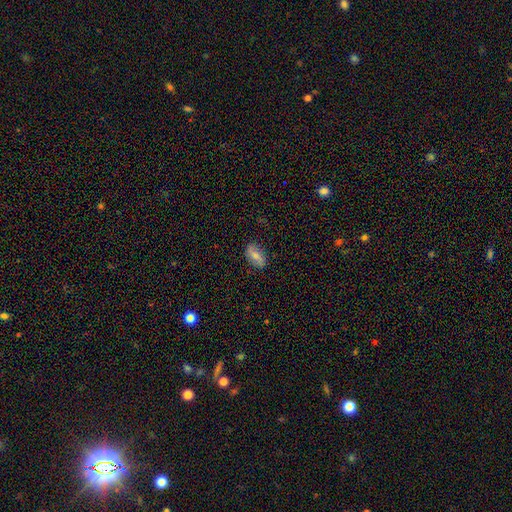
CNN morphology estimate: This appears to be a smooth galaxy with no disk features (66%) that is in between round and cigar-shaped (89%). Merging: none (83%).